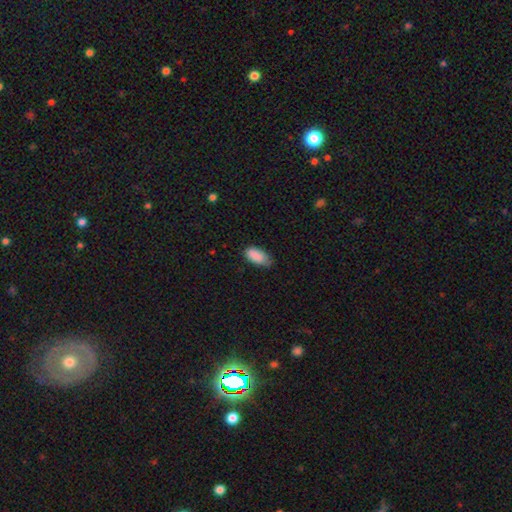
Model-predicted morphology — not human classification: This appears to be a smooth galaxy with no disk features (88%) that is in between round and cigar-shaped (92%). Merging: none (62%).